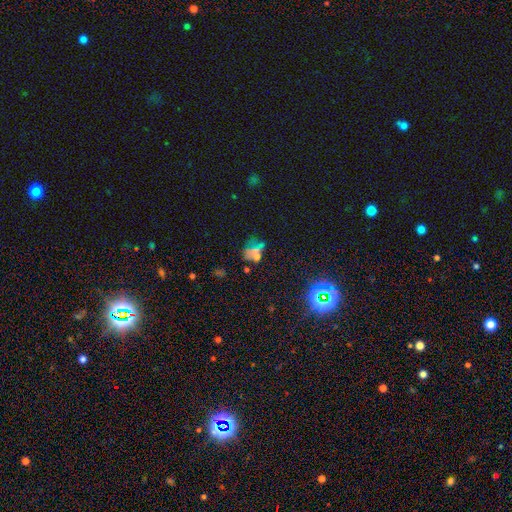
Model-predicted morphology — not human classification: The model was most divided on "smooth or featured": smooth: 41%, star or artifact: 37%, featured or disk: 22%. Remaining: merging — none (46%).